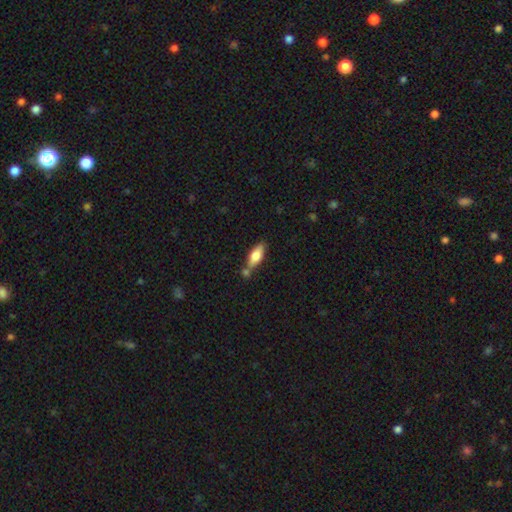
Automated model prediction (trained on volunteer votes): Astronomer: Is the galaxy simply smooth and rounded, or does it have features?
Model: smooth — 70%.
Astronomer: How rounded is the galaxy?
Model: in between — 71%.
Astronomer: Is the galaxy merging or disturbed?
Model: none — 53%.